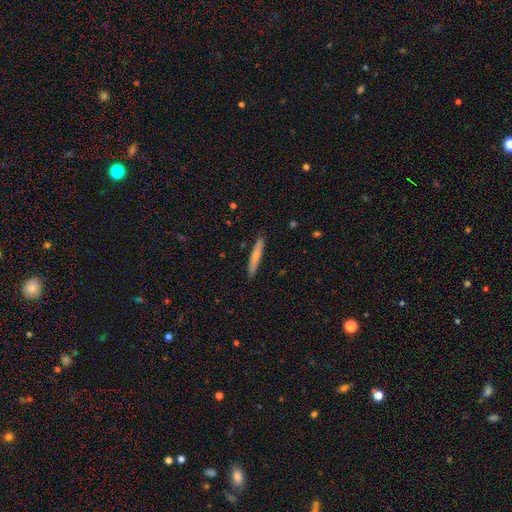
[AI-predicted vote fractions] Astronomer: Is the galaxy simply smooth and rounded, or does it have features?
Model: smooth — 62%.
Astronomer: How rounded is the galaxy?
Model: cigar-shaped — 94%.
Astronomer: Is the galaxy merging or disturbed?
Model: none — 89%.